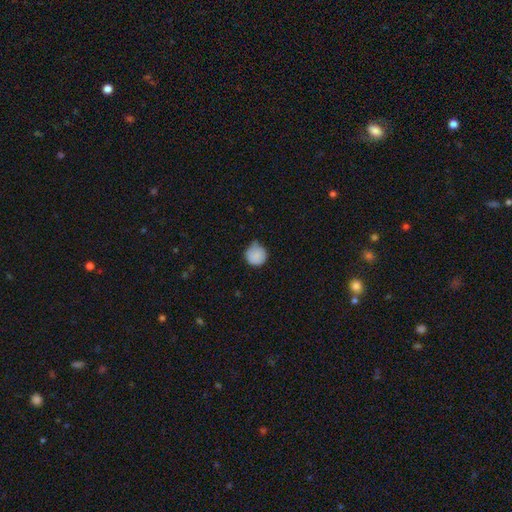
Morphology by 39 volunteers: smooth-or-featured: smooth: 72% | featured or disk: 21% | star or artifact: 8%
  how-rounded: round: 100% | in between: 0% | cigar-shaped: 0%
  merging: minor disturbance: 50% | none: 36% | merger: 8% | major disturbance: 6%